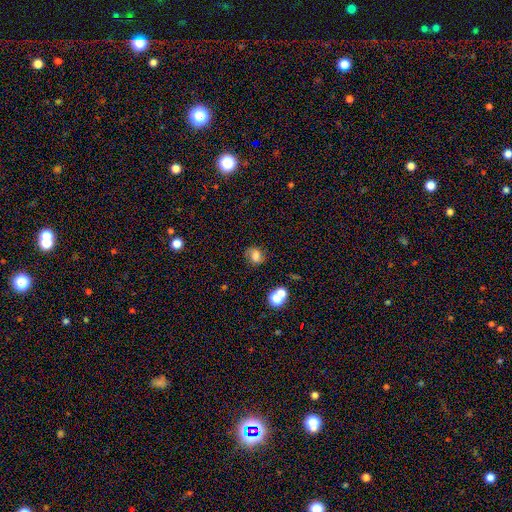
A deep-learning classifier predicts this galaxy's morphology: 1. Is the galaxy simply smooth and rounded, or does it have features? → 46% smooth, 40% featured or disk, 13% star or artifact.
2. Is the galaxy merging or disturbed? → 71% none, 18% minor disturbance, 7% major disturbance, 4% merger.